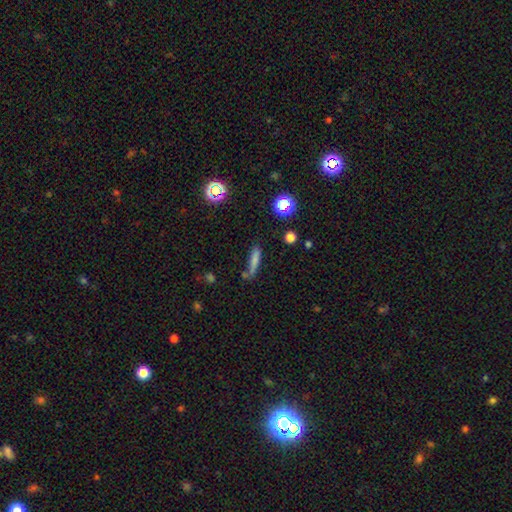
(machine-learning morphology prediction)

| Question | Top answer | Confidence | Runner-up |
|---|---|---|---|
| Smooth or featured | smooth | 64% | featured or disk (18%) |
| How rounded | cigar-shaped | 82% | in between (13%) |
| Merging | none | 65% | minor disturbance (20%) |